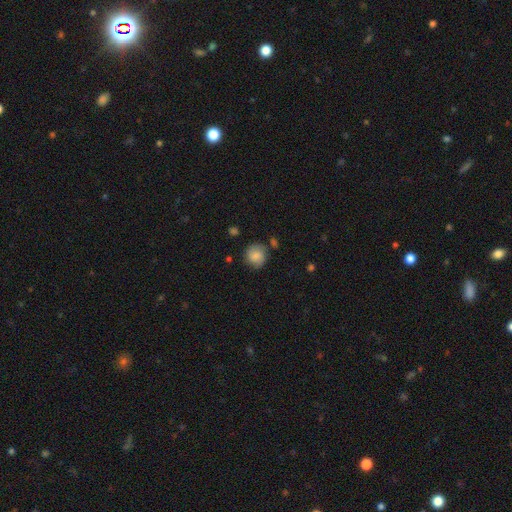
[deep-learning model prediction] smooth-or-featured: smooth: 71% | featured or disk: 20% | star or artifact: 9%
  how-rounded: round: 86% | in between: 13% | cigar-shaped: 1%
  merging: none: 73% | minor disturbance: 17% | merger: 5% | major disturbance: 5%